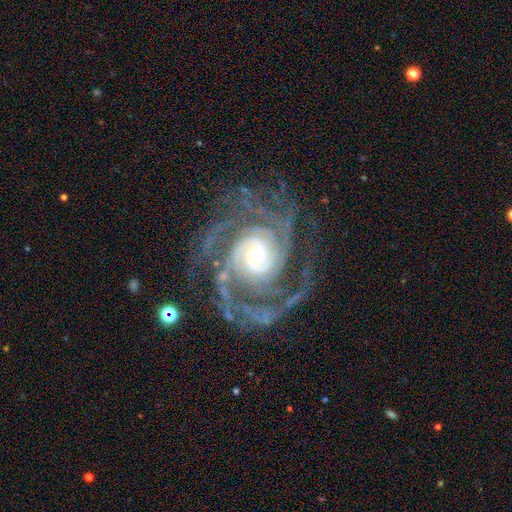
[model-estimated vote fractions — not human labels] smooth_or_featured: featured or disk (p=0.92) [alt: star or artifact p=0.05]
disk_edge_on: no (p=0.98) [alt: yes p=0.02]
bar: no (p=0.67) [alt: weak p=0.21]
has_spiral_arms: yes (p=0.98) [alt: no p=0.02]
spiral_winding: tight (p=0.67) [alt: medium p=0.27]
spiral_arm_count: 2 (p=0.21) [alt: 3 p=0.19]
bulge_size: small (p=0.48) [alt: moderate p=0.44]
merging: none (p=0.67) [alt: major disturbance p=0.16]